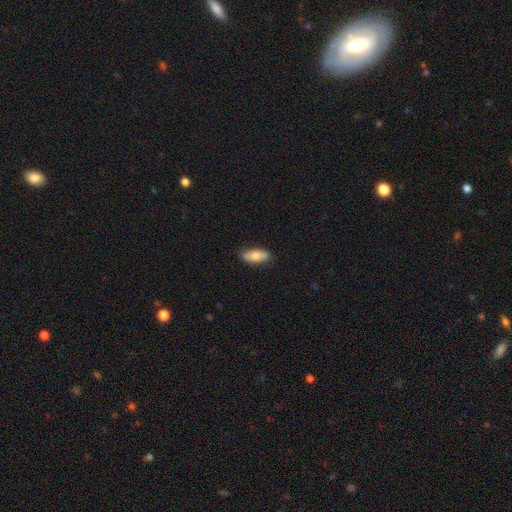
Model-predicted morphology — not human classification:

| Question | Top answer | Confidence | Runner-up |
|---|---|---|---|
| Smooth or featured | smooth | 76% | featured or disk (18%) |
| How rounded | in between | 81% | cigar-shaped (16%) |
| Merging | none | 84% | minor disturbance (13%) |